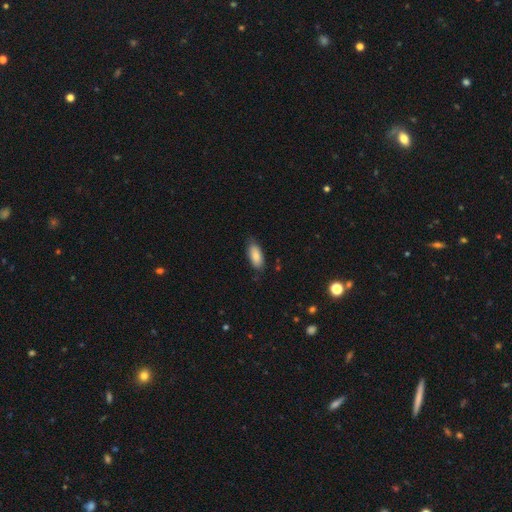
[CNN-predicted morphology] Smooth or featured? Predicted: smooth (p=0.85). How rounded? Predicted: in between (p=0.85). Merging? Predicted: none (p=0.77).